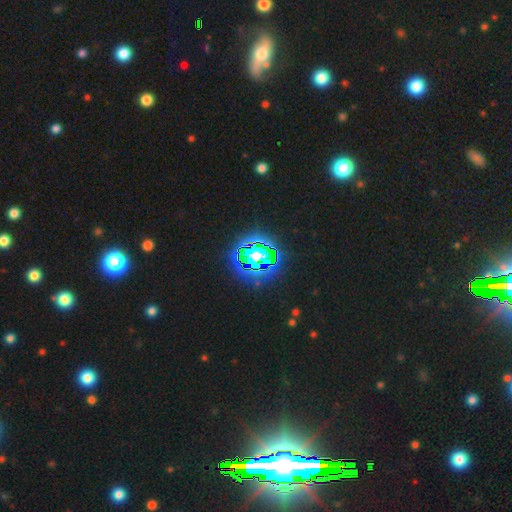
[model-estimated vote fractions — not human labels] Smooth or featured?
  - star or artifact: 73% *
  - featured or disk: 13%
  - smooth: 13%